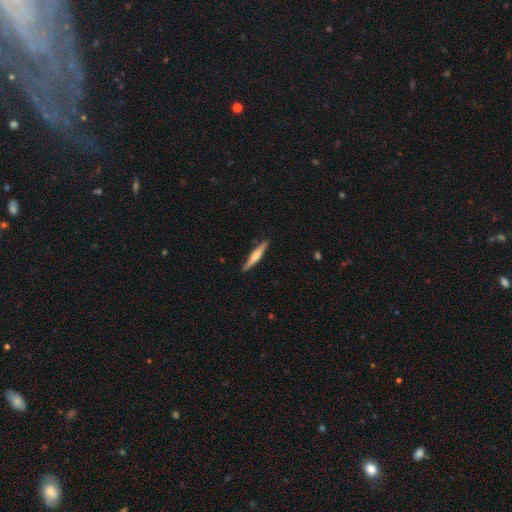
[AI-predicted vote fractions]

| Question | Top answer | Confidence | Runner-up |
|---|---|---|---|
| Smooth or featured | featured or disk | 56% | smooth (39%) |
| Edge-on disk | yes | 97% | no (3%) |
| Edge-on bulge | rounded | 77% | boxy (13%) |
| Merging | none | 89% | minor disturbance (8%) |